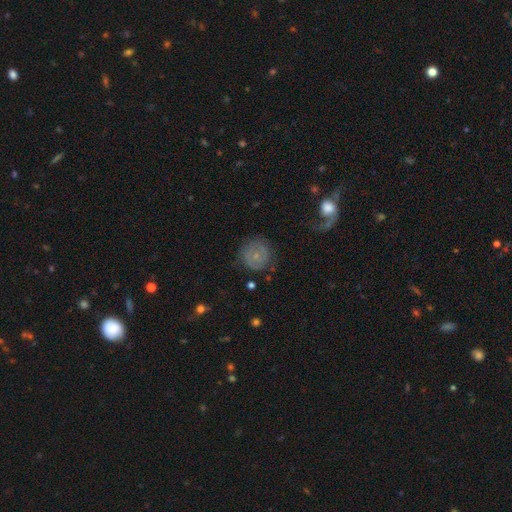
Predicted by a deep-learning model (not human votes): A featured or disk galaxy (49%).

Vote fractions:
- Smooth or featured? featured or disk: 49% / smooth: 42% / star or artifact: 9%
- Merging? none: 73% / minor disturbance: 16% / major disturbance: 9% / merger: 2%